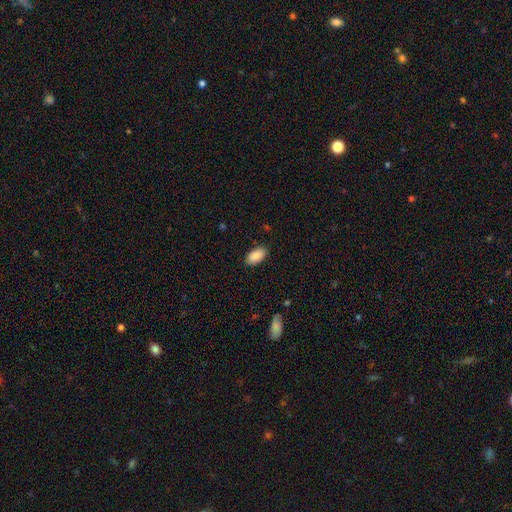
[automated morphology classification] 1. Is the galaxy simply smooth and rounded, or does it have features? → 89% smooth, 6% star or artifact, 4% featured or disk.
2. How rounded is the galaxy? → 95% in between, 3% cigar-shaped, 2% round.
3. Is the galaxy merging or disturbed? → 87% none, 9% minor disturbance, 2% major disturbance, 1% merger.